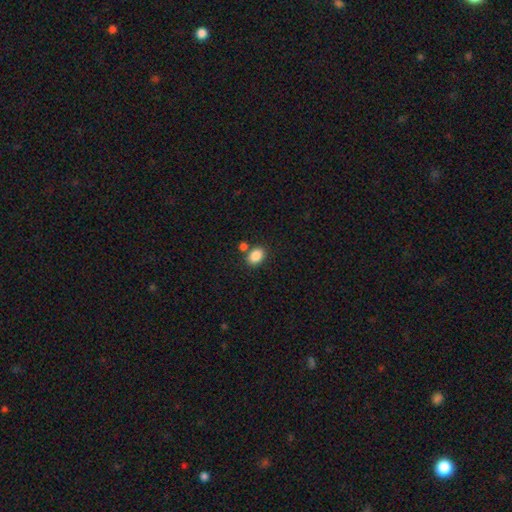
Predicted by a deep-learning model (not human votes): A smooth galaxy with no disk features (87%) that is in between round and cigar-shaped (74%). Merging: none (72%).